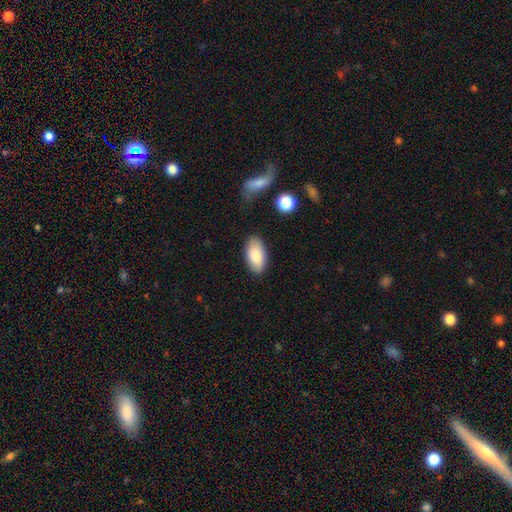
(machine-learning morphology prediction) smooth 85%, featured or disk 9%, star or artifact 6%. Down the decision tree: how rounded — in between (94%); merging — none (83%).